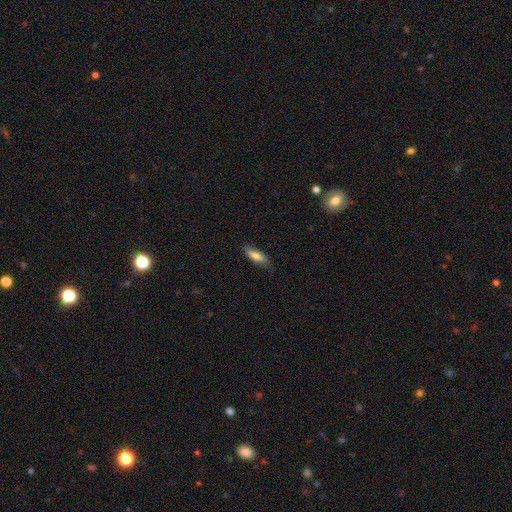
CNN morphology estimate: Overall: smooth (76%). How rounded: in between (51%; cigar-shaped 47%). Merging: none (76%).